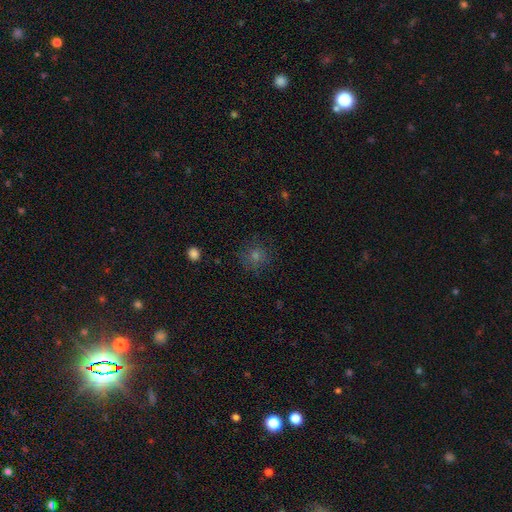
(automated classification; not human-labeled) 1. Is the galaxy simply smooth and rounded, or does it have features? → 59% smooth, 29% star or artifact, 12% featured or disk.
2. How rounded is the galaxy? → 92% round, 7% in between, 1% cigar-shaped.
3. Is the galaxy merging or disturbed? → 85% none, 10% minor disturbance, 4% major disturbance, 1% merger.